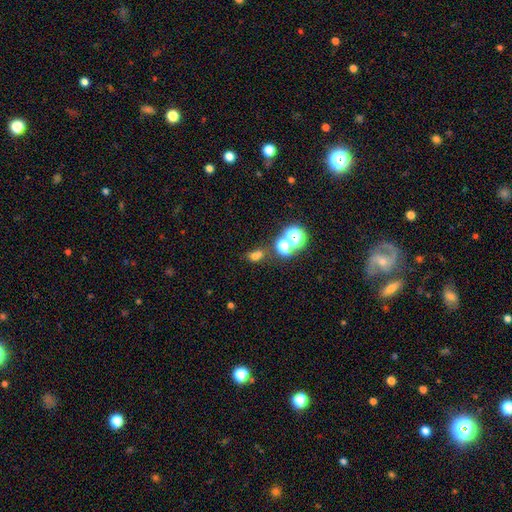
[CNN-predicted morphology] type=smooth (60%); roundness=round (53%); merging=none (51%).